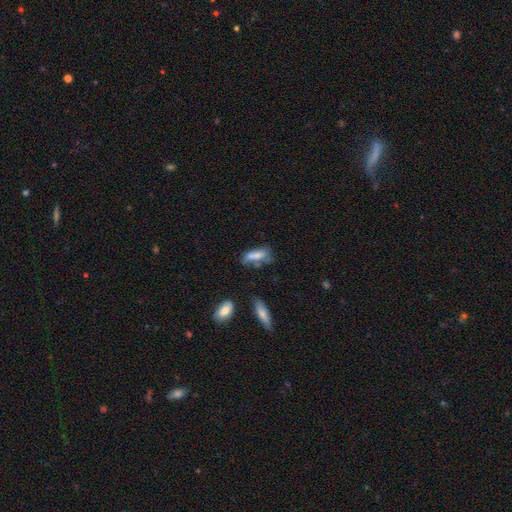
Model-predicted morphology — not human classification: The model was most divided on "merging": none: 40%, minor disturbance: 25%, merger: 20%, major disturbance: 15%. More confident: smooth or featured — smooth (68%); how rounded — in between (62%).